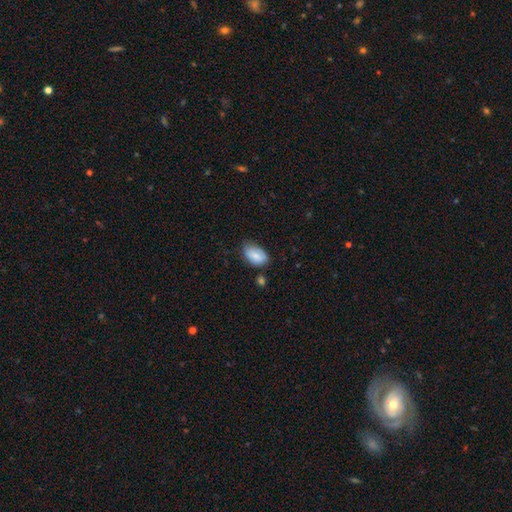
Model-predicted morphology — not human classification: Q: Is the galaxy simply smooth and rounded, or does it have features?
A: smooth — 79%.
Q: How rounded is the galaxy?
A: in between — 92%.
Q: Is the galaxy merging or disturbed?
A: none — 60%.